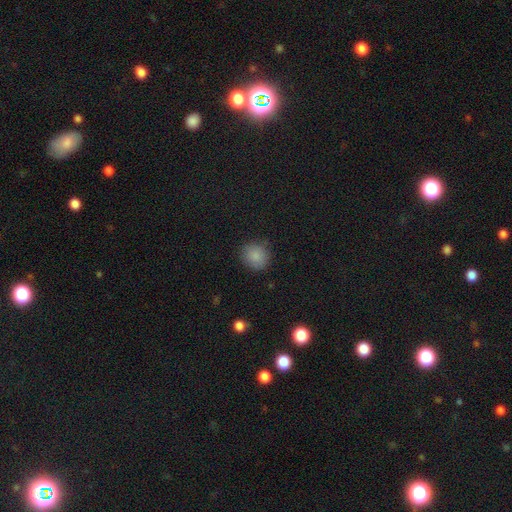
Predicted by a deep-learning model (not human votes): The model was most divided on "merging": none: 85%, minor disturbance: 11%, major disturbance: 3%, merger: 1%. More confident: how rounded — round (88%); smooth or featured — smooth (86%).